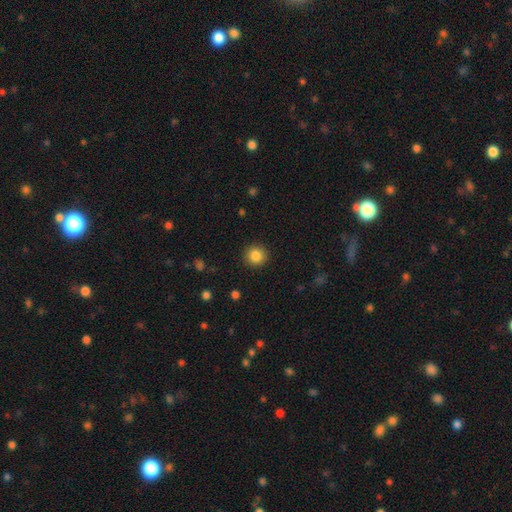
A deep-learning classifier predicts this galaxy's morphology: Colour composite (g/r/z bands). It shows a smooth galaxy with no disk features (85%) that is round (93%). Merging: none (92%).